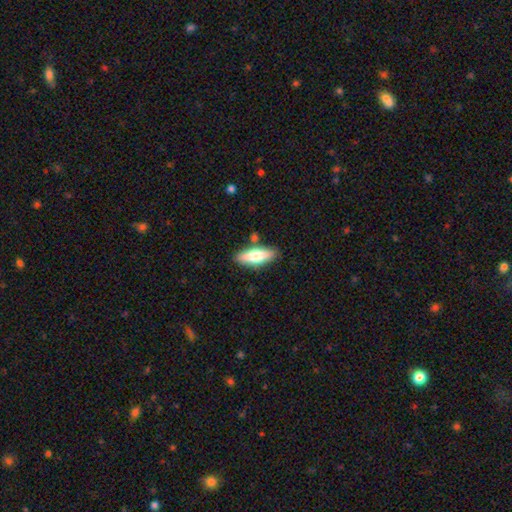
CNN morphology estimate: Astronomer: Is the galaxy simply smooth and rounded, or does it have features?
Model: smooth — 61%.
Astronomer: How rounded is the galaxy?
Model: in between — 56% (runner-up: cigar-shaped, 42%).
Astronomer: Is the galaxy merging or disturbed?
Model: none — 82%.